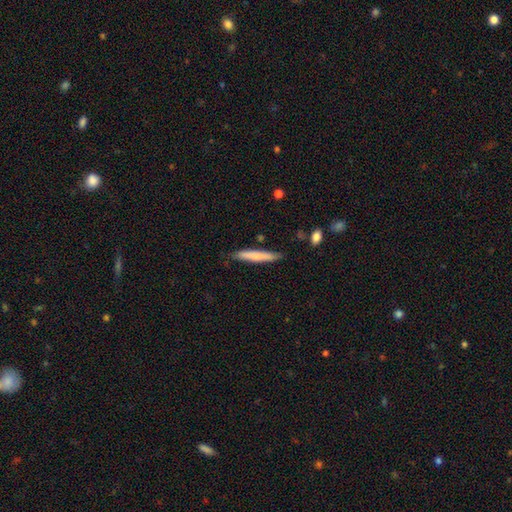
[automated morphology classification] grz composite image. It shows a smooth galaxy with no disk features (73%) that is cigar-shaped (94%). Merging: none (83%).